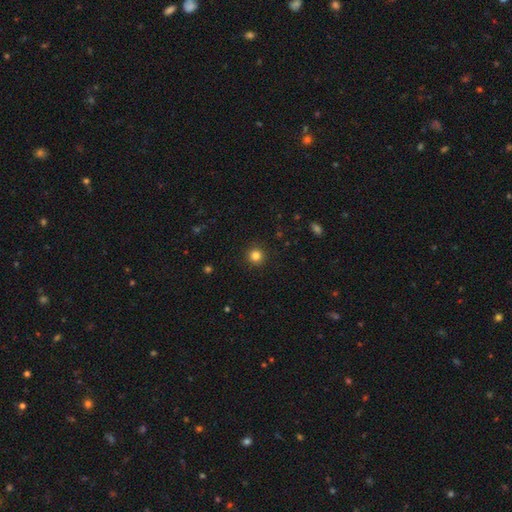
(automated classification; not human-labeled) This appears to be a smooth galaxy with no disk features (83%) that is round (95%). Merging: none (92%).